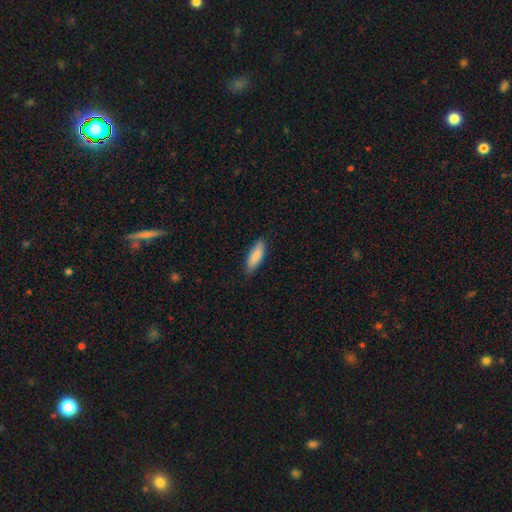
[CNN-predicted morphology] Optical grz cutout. It shows a smooth galaxy with no disk features (87%) that is in between round and cigar-shaped (57%). Merging: none (84%).